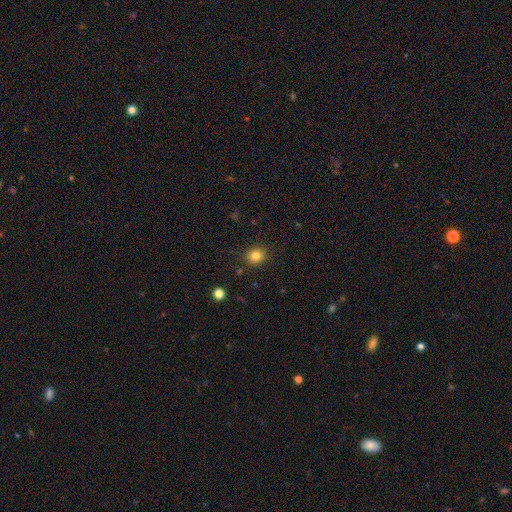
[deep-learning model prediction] Smooth or featured? smooth (82%)
How rounded? round (81%)
Merging? none (88%)